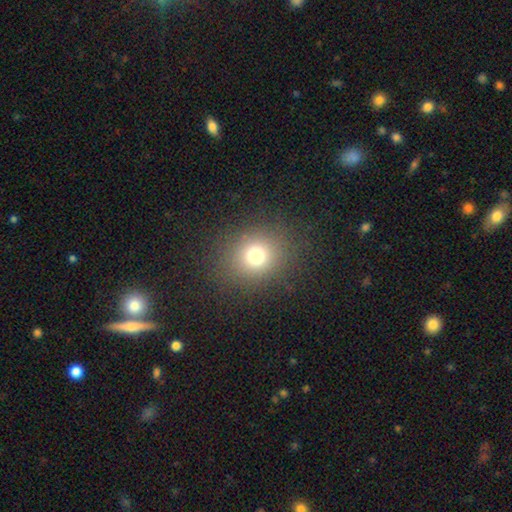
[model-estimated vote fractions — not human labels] The model was most divided on "smooth or featured": smooth: 73%, star or artifact: 18%, featured or disk: 9%. More confident: merging — none (86%); how rounded — round (78%).